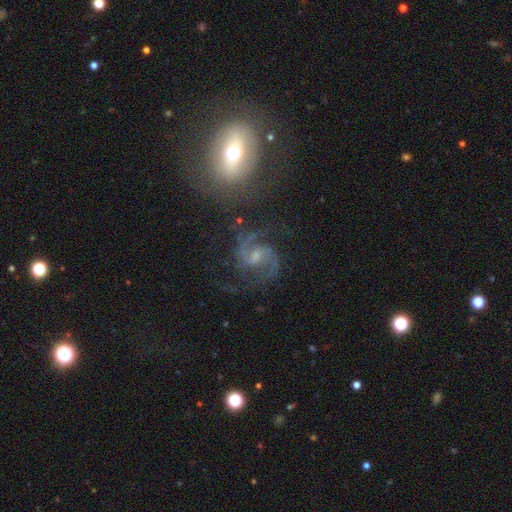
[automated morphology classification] This appears to be a featured or disk galaxy (89%) with a weak bar (50%), 2 (87%) medium (61%) spiral arms (98%) and a small central bulge (52%). Merging: none (69%).